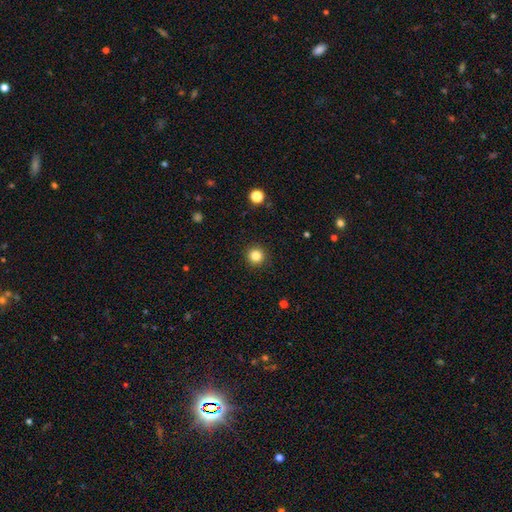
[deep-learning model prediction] smooth_or_featured: smooth (p=0.84) [alt: star or artifact p=0.12]
how_rounded: round (p=0.95) [alt: in between p=0.04]
merging: none (p=0.93) [alt: minor disturbance p=0.05]